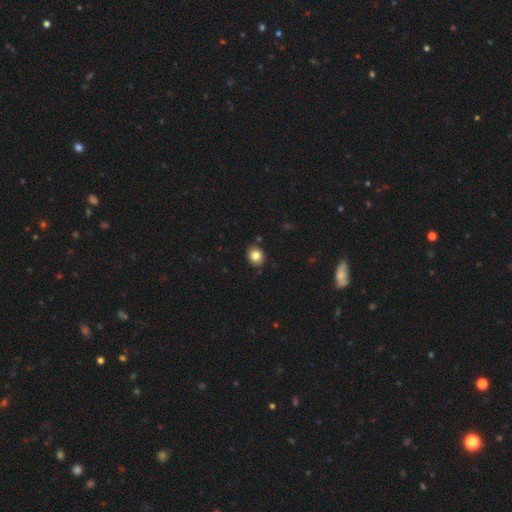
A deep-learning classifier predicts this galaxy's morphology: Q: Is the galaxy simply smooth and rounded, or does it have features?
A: smooth — 82%.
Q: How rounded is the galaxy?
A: round — 62%.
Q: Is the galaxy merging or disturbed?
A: none — 87%.